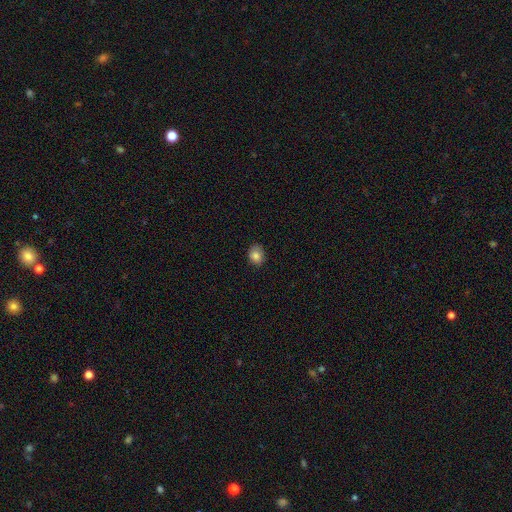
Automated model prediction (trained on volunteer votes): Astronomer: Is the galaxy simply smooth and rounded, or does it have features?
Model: smooth — 84%.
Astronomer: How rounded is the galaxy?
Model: round — 52% (runner-up: in between, 47%).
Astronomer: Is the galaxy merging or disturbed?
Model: none — 82%.